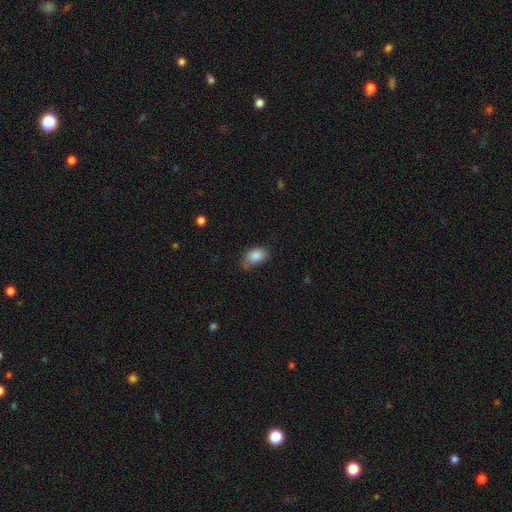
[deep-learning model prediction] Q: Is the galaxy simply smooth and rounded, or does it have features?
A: smooth — 86%.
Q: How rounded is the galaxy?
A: in between — 89%.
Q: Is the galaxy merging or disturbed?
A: none — 58%.